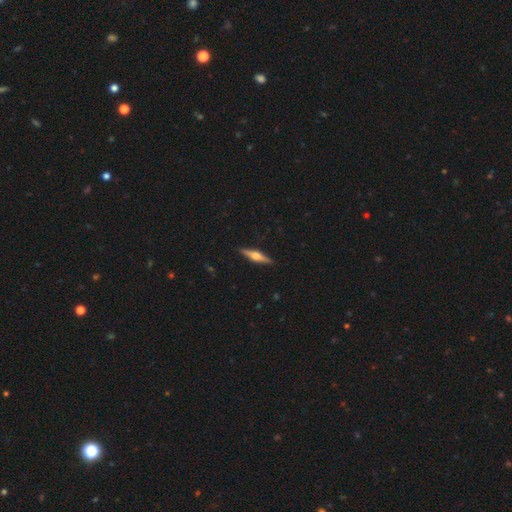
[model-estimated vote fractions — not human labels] A featured or disk galaxy (67%) viewed edge-on (98%) with a rounded central bulge (90%). Merging: none (91%).